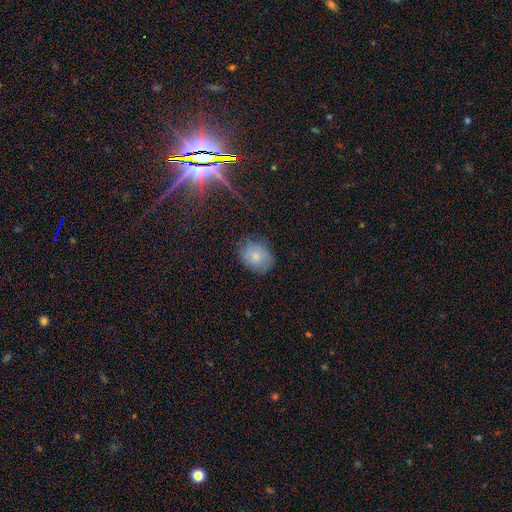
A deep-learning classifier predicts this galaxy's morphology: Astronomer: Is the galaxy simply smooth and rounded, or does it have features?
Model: smooth — 75%.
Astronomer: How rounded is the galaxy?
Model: round — 54% (runner-up: in between, 45%).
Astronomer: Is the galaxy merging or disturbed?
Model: none — 75%.